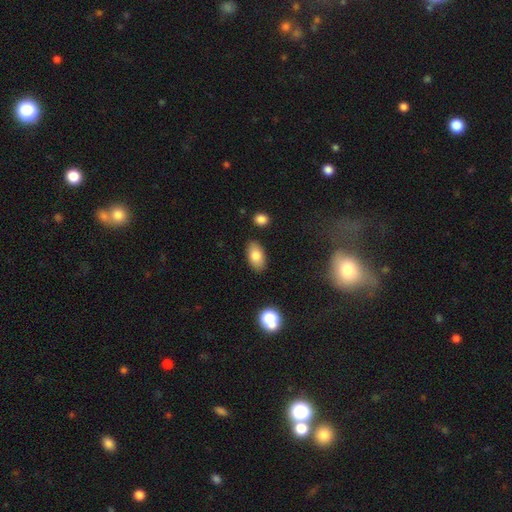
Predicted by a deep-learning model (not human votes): This appears to be a smooth galaxy with no disk features (80%) that is in between round and cigar-shaped (93%). Merging: none (86%).